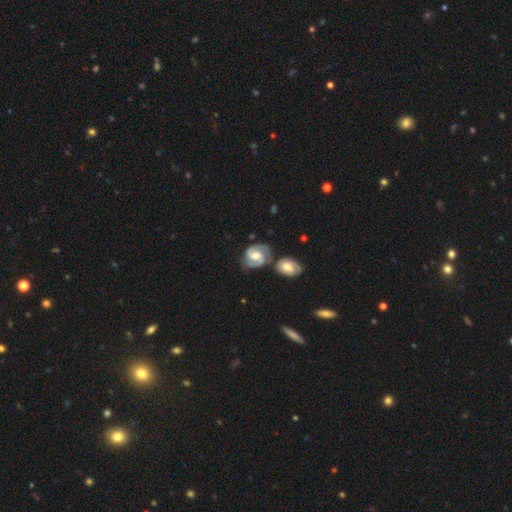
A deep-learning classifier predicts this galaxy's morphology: featured or disk 84%, smooth 11%, star or artifact 5%. Down the decision tree: edge-on disk — no (98%); bar — weak (47%); spiral arms — yes (96%); spiral arm count — 2 (91%); spiral winding — medium (51%); bulge size — moderate (70%); merging — none (60%).